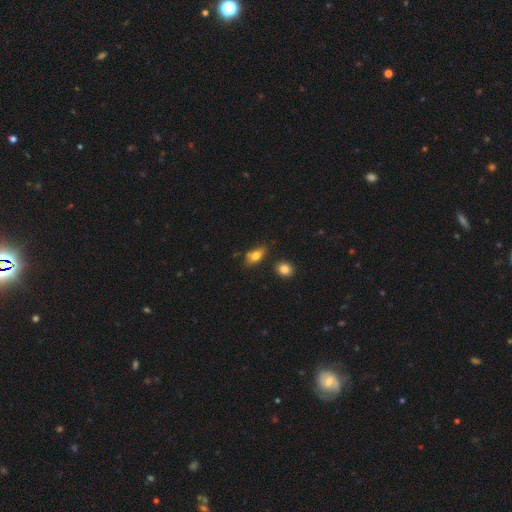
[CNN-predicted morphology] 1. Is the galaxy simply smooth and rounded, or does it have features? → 74% smooth, 17% featured or disk, 9% star or artifact.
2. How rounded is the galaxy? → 82% in between, 10% round, 8% cigar-shaped.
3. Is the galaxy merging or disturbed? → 68% none, 19% minor disturbance, 8% merger, 5% major disturbance.